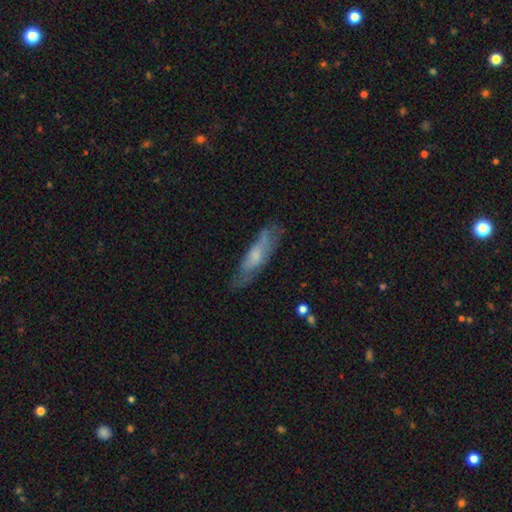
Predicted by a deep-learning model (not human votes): This appears to be a smooth galaxy with no disk features (55%) that is cigar-shaped (65%). Merging: none (62%).